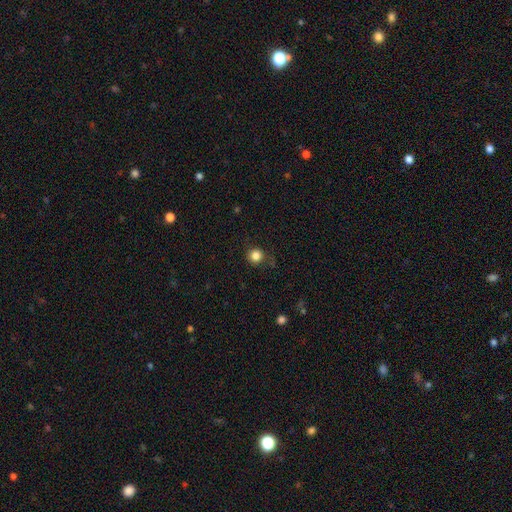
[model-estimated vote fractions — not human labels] Overall: smooth (84%). How rounded: round (92%). Merging: none (81%).